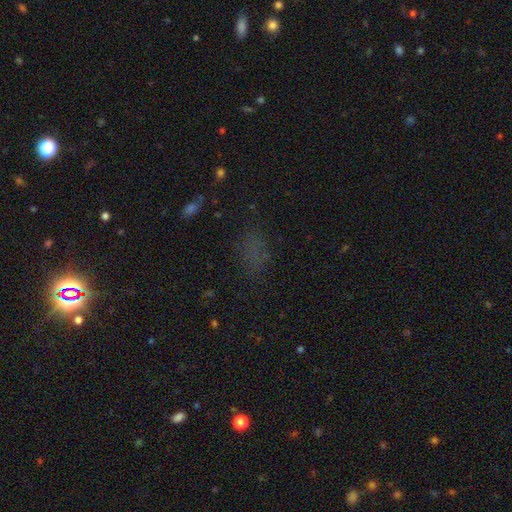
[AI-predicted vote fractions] smooth 51%, star or artifact 39%, featured or disk 10%. Down the decision tree: how rounded — in between (76%); merging — none (70%).